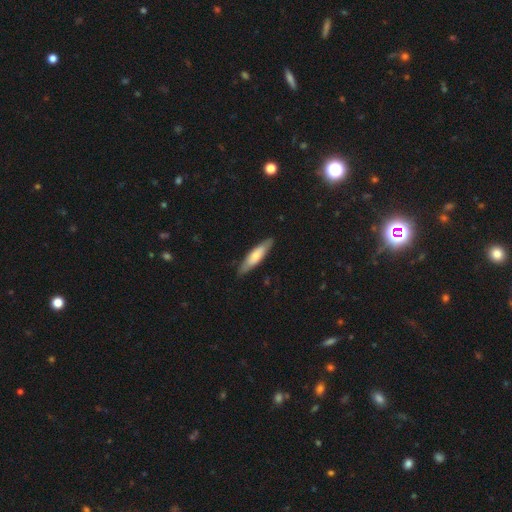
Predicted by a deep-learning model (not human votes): A smooth galaxy with no disk features (62%) that is cigar-shaped (74%).

Vote fractions:
- Smooth or featured? smooth: 62% / featured or disk: 33% / star or artifact: 5%
- How rounded? cigar-shaped: 74% / in between: 25% / round: 1%
- Merging? none: 85% / minor disturbance: 12% / major disturbance: 2% / merger: 1%